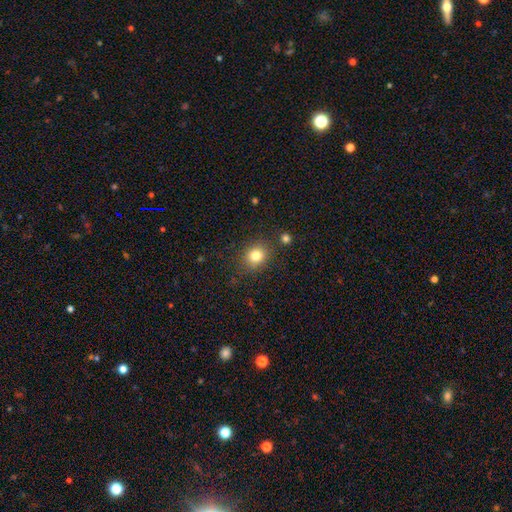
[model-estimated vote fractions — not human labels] This is likely a smooth galaxy (80%). How rounded: likely round (75%). Merging: clearly none (83%).